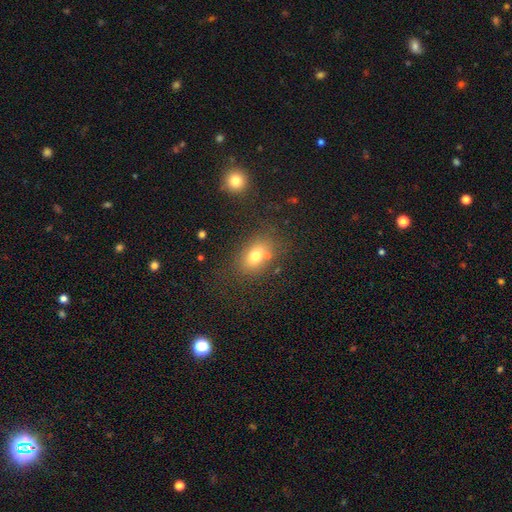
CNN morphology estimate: A smooth galaxy with no disk features (74%) that is in between round and cigar-shaped (75%).

Vote fractions:
- Smooth or featured? smooth: 74% / featured or disk: 14% / star or artifact: 13%
- How rounded? in between: 75% / round: 23% / cigar-shaped: 2%
- Merging? none: 72% / minor disturbance: 14% / merger: 9% / major disturbance: 6%